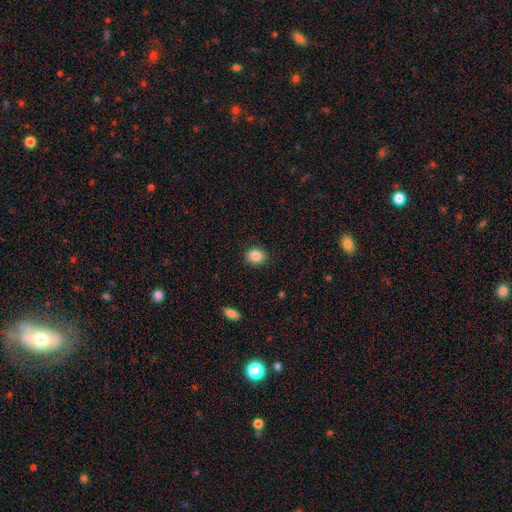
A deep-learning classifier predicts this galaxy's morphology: smooth_or_featured: smooth (p=0.86) [alt: star or artifact p=0.09]
how_rounded: round (p=0.64) [alt: in between p=0.35]
merging: none (p=0.87) [alt: minor disturbance p=0.09]